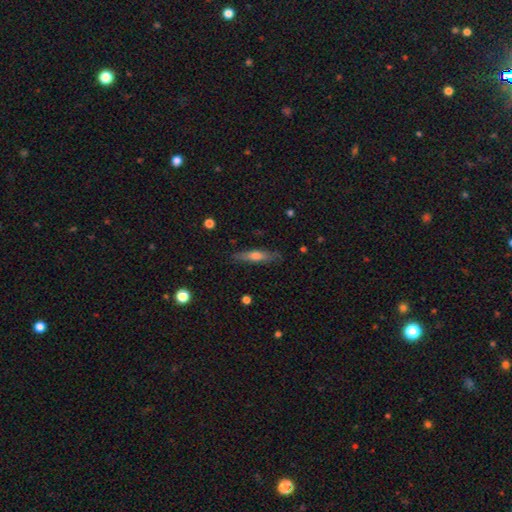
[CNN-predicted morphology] This appears to be a featured or disk galaxy (47%). Merging: none (86%).